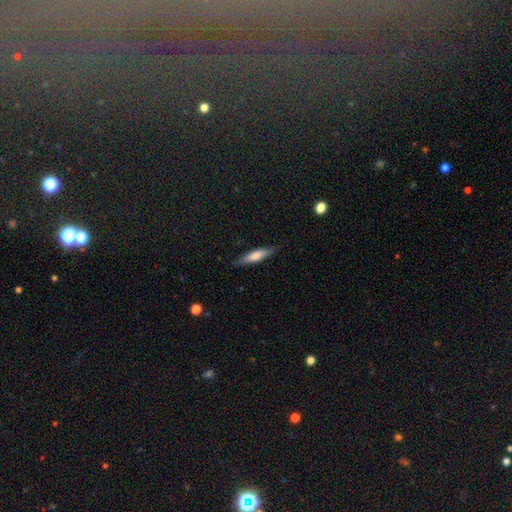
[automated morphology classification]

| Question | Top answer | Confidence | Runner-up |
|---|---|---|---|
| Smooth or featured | smooth | 65% | featured or disk (30%) |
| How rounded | cigar-shaped | 78% | in between (20%) |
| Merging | none | 84% | minor disturbance (12%) |